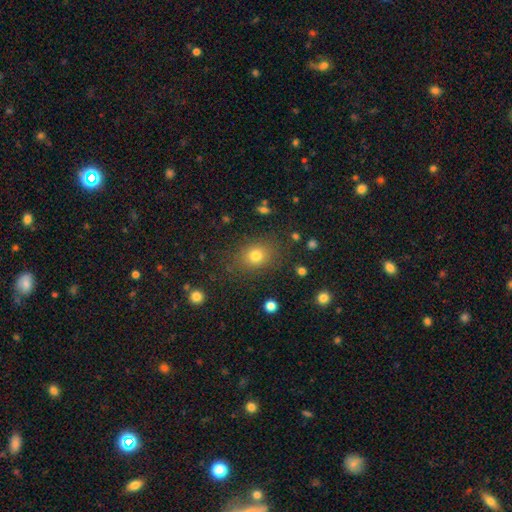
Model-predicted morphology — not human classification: A smooth galaxy with no disk features (78%) that is round (56%).

Vote fractions:
- Smooth or featured? smooth: 78% / star or artifact: 14% / featured or disk: 8%
- How rounded? round: 56% / in between: 43% / cigar-shaped: 1%
- Merging? none: 83% / minor disturbance: 11% / major disturbance: 4% / merger: 2%